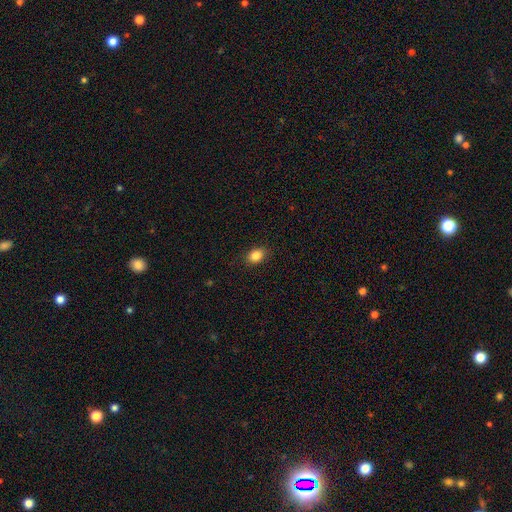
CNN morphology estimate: Smooth or featured: smooth — 85% (star or artifact — 10%)
How rounded: in between — 62% (round — 37%)
Merging: none — 87% (minor disturbance — 10%)